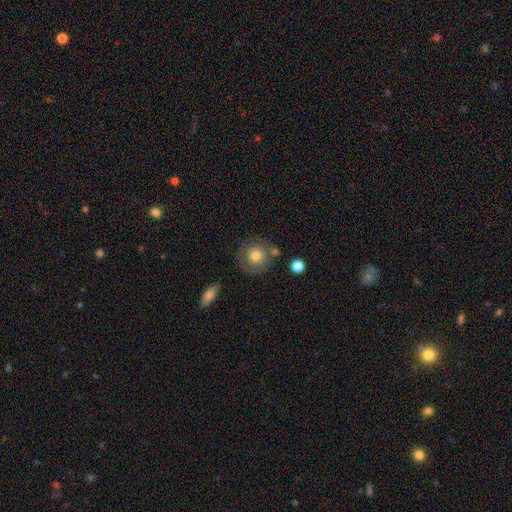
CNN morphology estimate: The model was most divided on "smooth or featured": smooth: 71%, featured or disk: 21%, star or artifact: 8%. More confident: how rounded — round (93%); merging — none (74%).